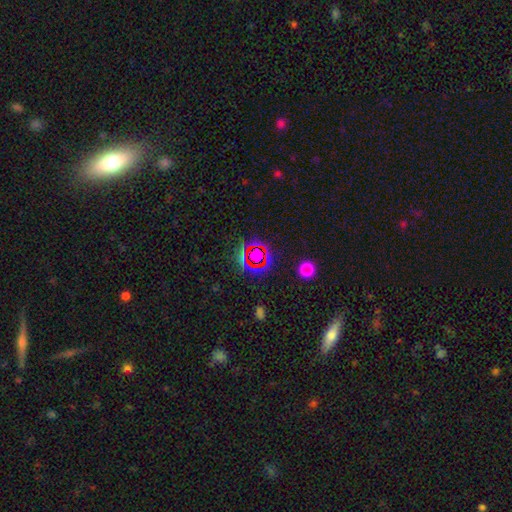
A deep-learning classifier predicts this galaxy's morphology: Smooth or featured?
  - star or artifact: 72% *
  - smooth: 18%
  - featured or disk: 11%